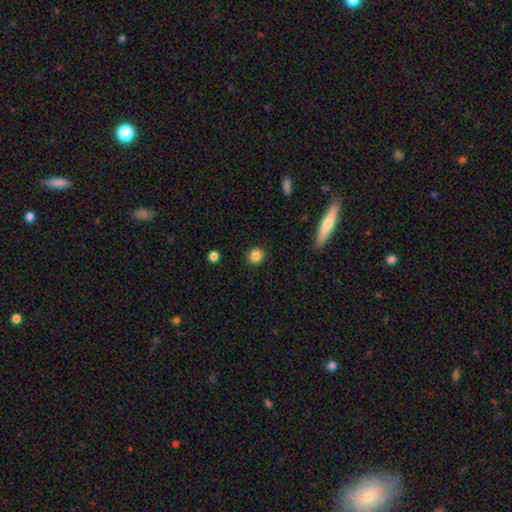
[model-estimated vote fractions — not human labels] Smooth or featured: smooth — 86% (star or artifact — 10%)
How rounded: round — 80% (in between — 18%)
Merging: none — 90% (minor disturbance — 7%)